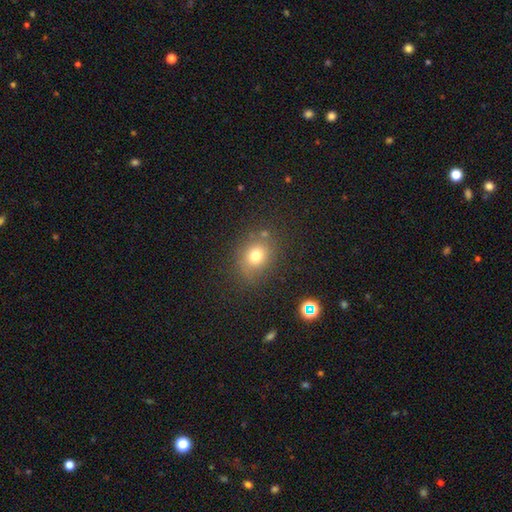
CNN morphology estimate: Smooth or featured? Predicted: smooth (p=0.74). How rounded? Predicted: round (p=0.61). Merging? Predicted: none (p=0.77).